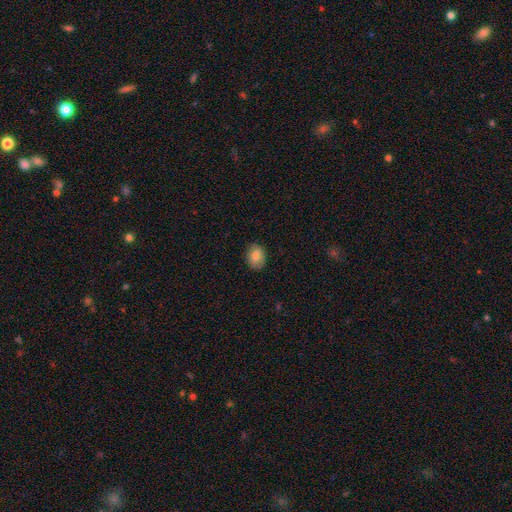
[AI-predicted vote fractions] The model was most divided on "how rounded": in between: 62%, round: 37%, cigar-shaped: 1%. More confident: merging — none (86%); smooth or featured — smooth (80%).